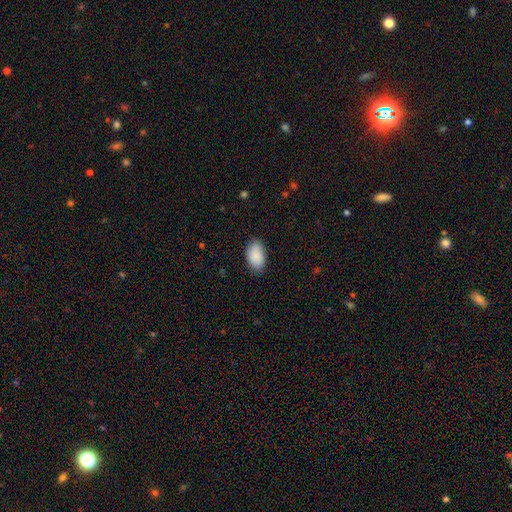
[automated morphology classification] The model was most divided on "merging": none: 83%, minor disturbance: 13%, major disturbance: 3%, merger: 1%. More confident: how rounded — in between (94%); smooth or featured — smooth (90%).